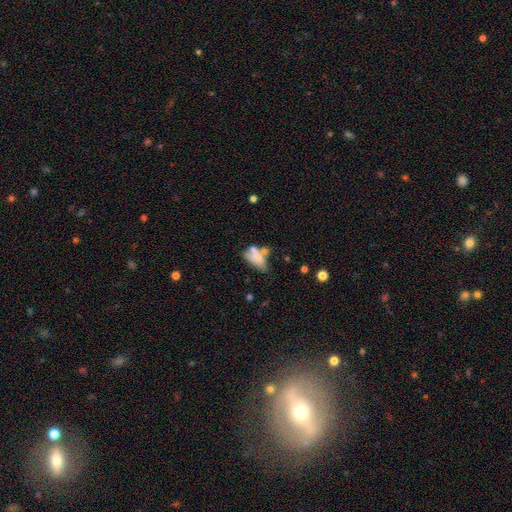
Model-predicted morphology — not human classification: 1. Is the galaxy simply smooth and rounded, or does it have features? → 65% smooth, 24% featured or disk, 11% star or artifact.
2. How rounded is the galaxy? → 85% in between, 8% cigar-shaped, 7% round.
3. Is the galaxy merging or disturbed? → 30% none, 28% merger, 22% minor disturbance, 19% major disturbance.